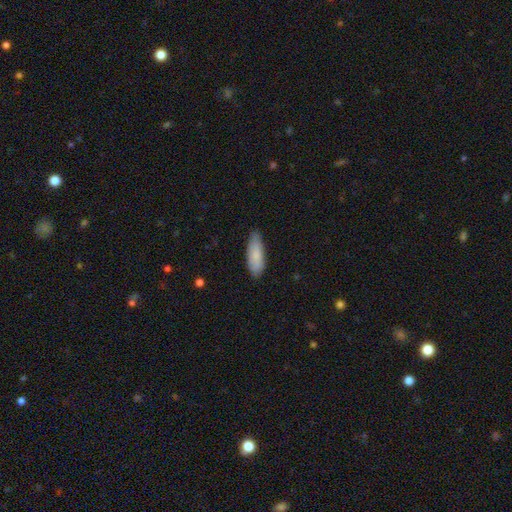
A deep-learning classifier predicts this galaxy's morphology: Overall: smooth (84%). How rounded: in between (64%; cigar-shaped 34%). Merging: none (73%).